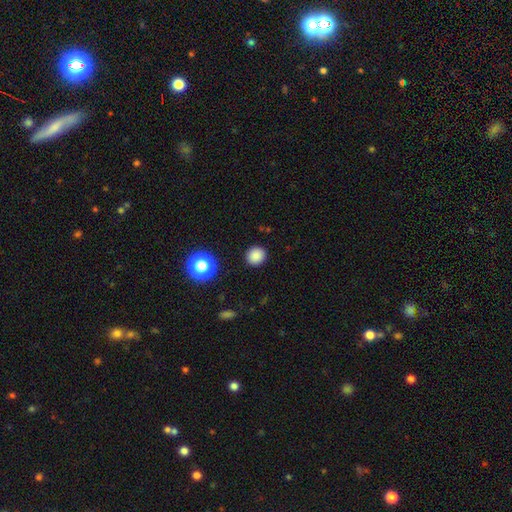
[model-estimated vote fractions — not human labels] Overall: smooth (85%). How rounded: round (91%). Merging: none (91%).